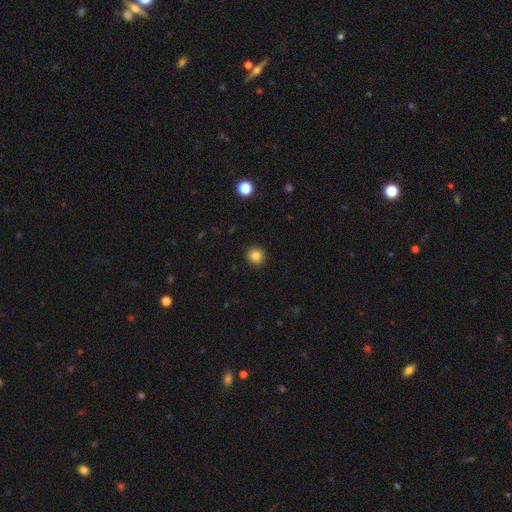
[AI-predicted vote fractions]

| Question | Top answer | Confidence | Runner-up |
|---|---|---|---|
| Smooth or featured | smooth | 84% | star or artifact (11%) |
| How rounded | round | 94% | in between (5%) |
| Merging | none | 93% | minor disturbance (5%) |